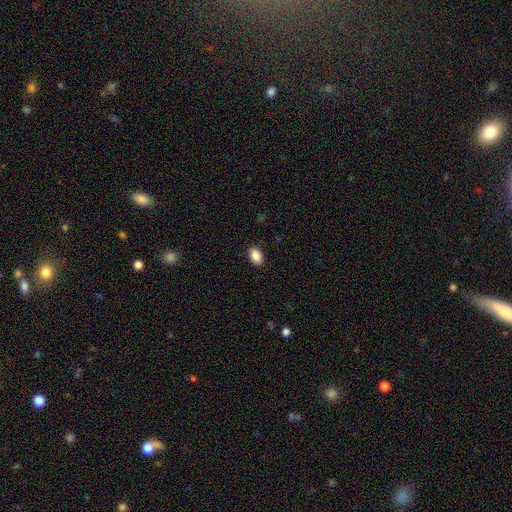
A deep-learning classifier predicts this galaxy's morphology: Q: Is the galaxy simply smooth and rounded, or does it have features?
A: smooth — 89%.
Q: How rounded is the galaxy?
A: in between — 89%.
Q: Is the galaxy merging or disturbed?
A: none — 88%.